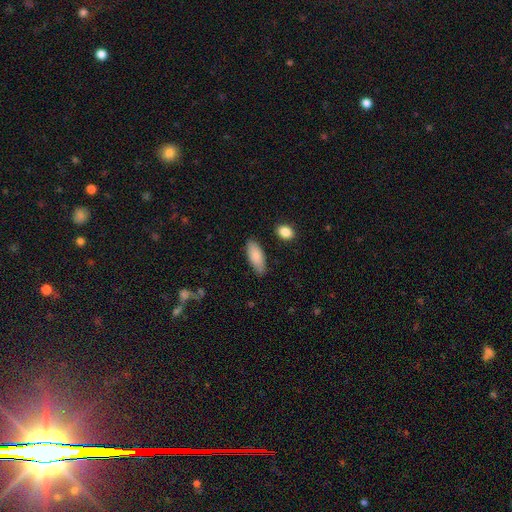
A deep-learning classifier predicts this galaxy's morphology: smooth-or-featured: smooth: 85% | featured or disk: 10% | star or artifact: 6%
  how-rounded: in between: 81% | cigar-shaped: 18% | round: 2%
  merging: none: 78% | minor disturbance: 17% | major disturbance: 3% | merger: 2%